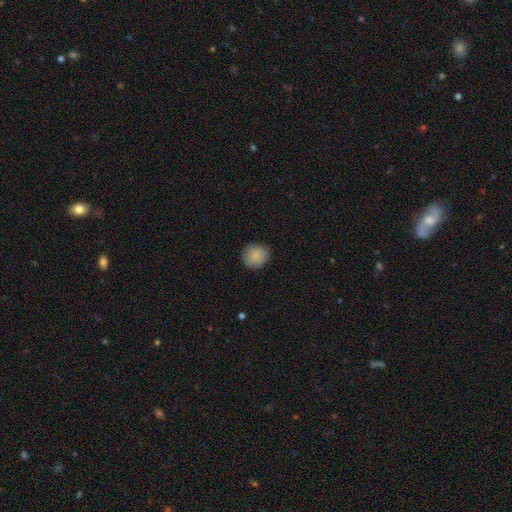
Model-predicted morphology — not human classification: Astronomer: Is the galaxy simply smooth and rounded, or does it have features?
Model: smooth — 87%.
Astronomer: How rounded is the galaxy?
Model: round — 87%.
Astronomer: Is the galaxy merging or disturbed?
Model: none — 85%.